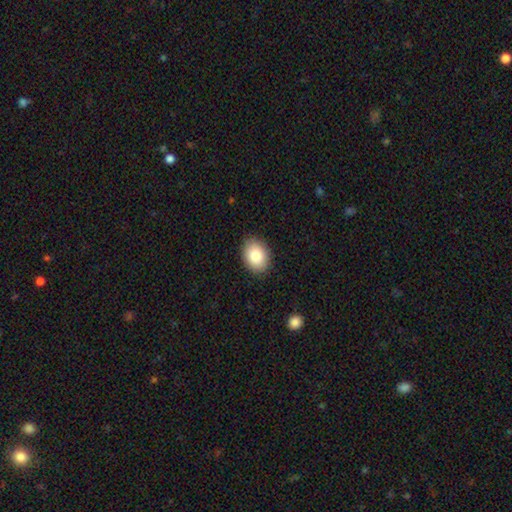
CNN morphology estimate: smooth 84%, featured or disk 8%, star or artifact 7%. Down the decision tree: how rounded — in between (75%); merging — none (88%).